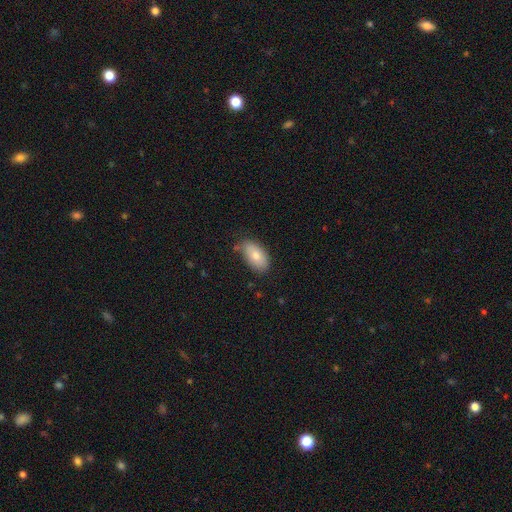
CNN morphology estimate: Overall: smooth (75%). How rounded: in between (93%). Merging: none (72%).